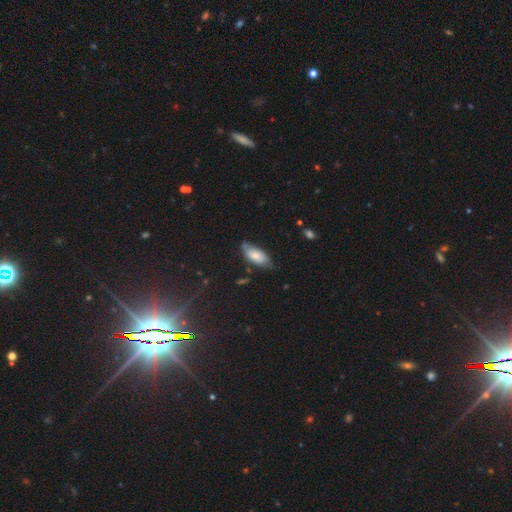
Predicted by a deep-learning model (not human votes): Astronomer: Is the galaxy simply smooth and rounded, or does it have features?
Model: smooth — 65%.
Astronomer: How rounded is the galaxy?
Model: in between — 87%.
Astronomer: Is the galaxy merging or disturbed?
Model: none — 61%.